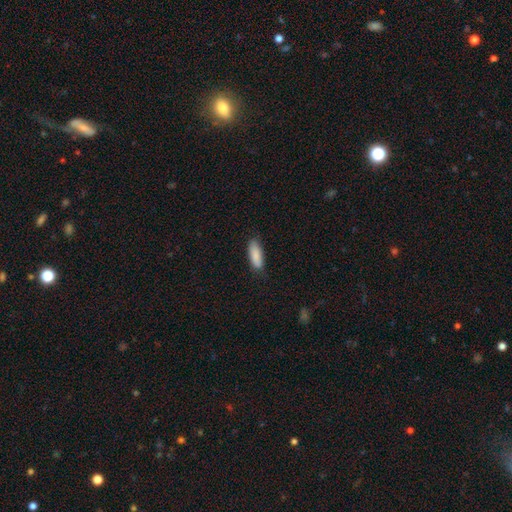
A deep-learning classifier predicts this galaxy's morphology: type=smooth (88%); roundness=in between (64%); merging=none (79%).